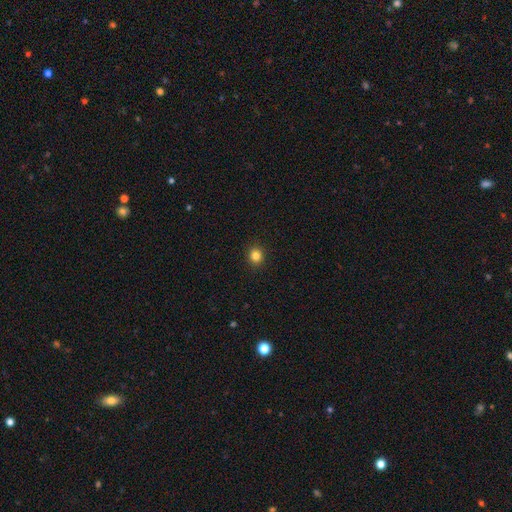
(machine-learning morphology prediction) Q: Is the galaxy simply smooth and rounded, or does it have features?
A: smooth — 84%.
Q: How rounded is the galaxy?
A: round — 85%.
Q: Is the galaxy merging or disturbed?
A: none — 92%.